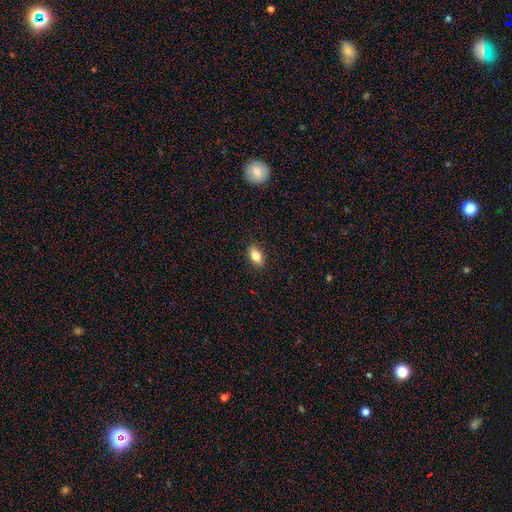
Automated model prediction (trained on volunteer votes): smooth-or-featured: smooth: 79% | featured or disk: 12% | star or artifact: 8%
  how-rounded: in between: 87% | cigar-shaped: 8% | round: 5%
  merging: none: 88% | minor disturbance: 9% | major disturbance: 2% | merger: 1%